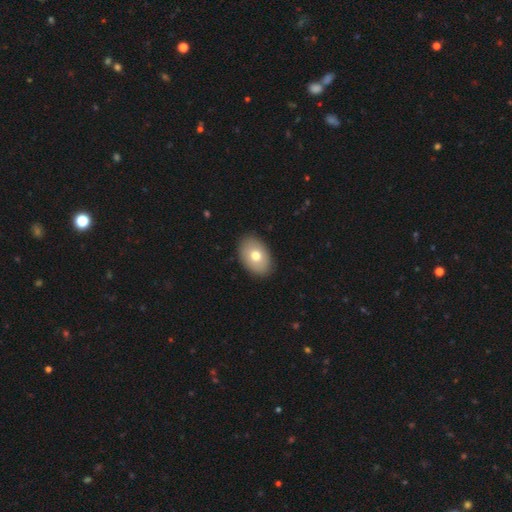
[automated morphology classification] Smooth or featured? smooth (73%)
How rounded? in between (86%)
Merging? none (89%)